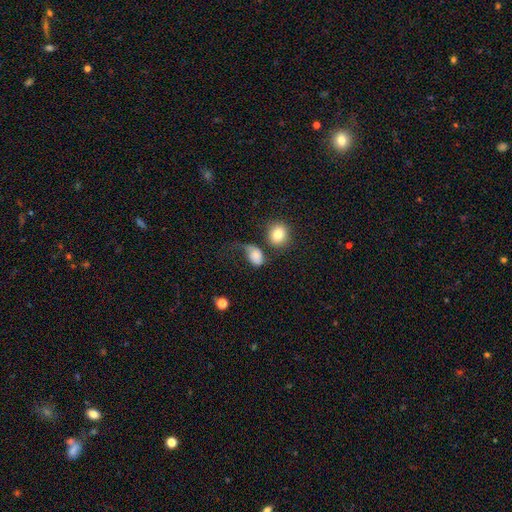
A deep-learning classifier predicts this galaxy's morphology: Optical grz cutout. It shows a smooth galaxy with no disk features (69%) that is in between round and cigar-shaped (61%). Merging: major disturbance (42%).